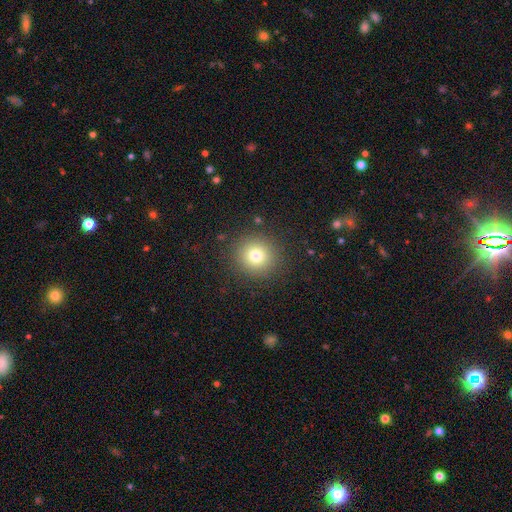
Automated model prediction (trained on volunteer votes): Morphology: type=smooth (76%); roundness=round (94%); merging=none (89%).